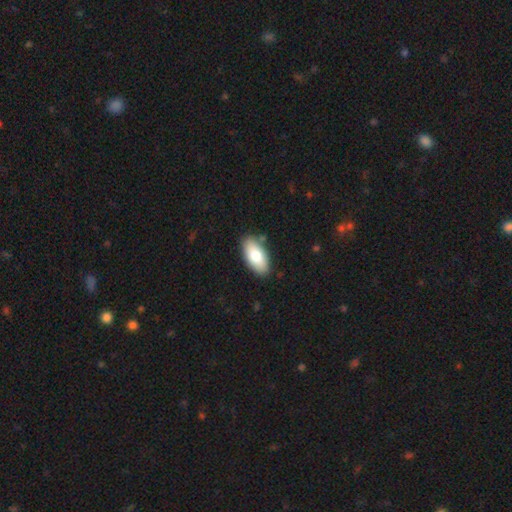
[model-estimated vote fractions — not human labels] smooth-or-featured: smooth: 77% | featured or disk: 17% | star or artifact: 6%
  how-rounded: in between: 92% | cigar-shaped: 6% | round: 2%
  merging: none: 86% | minor disturbance: 10% | merger: 2% | major disturbance: 2%